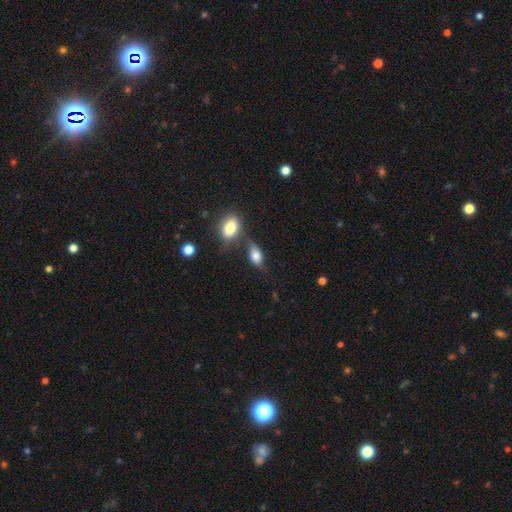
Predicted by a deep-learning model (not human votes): Overall: smooth (73%). How rounded: in between (85%). Merging: none (42%; minor disturbance 25%).